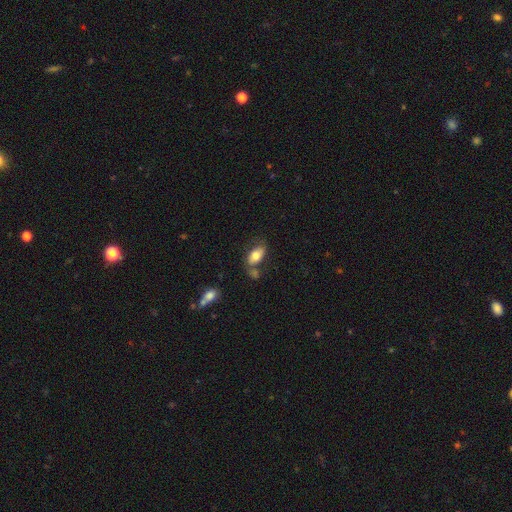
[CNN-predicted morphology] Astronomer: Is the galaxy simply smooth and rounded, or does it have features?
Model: smooth — 73%.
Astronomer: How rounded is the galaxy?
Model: in between — 92%.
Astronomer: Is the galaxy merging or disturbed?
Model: none — 54%.